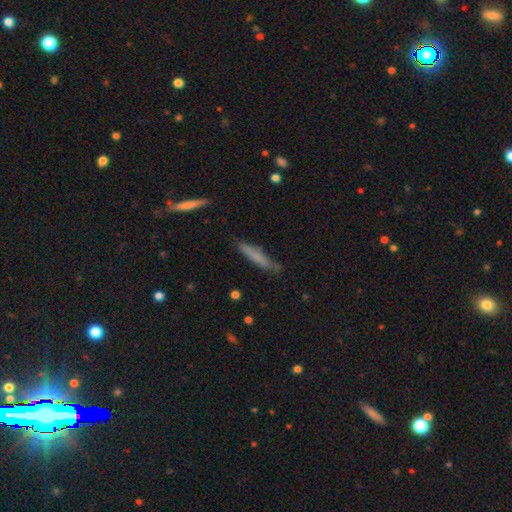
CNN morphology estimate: This is likely a smooth galaxy (68%). How rounded: clearly cigar-shaped (91%). Merging: likely none (77%).